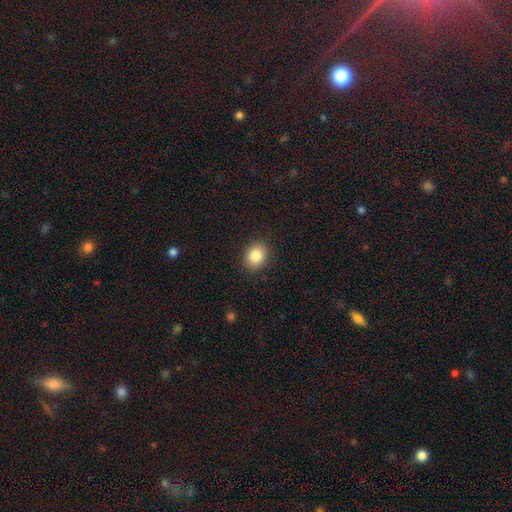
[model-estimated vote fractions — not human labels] A smooth galaxy with no disk features (85%) that is round (54%).

Vote fractions:
- Smooth or featured? smooth: 85% / star or artifact: 9% / featured or disk: 6%
- How rounded? round: 54% / in between: 45% / cigar-shaped: 1%
- Merging? none: 90% / minor disturbance: 7% / major disturbance: 2% / merger: 1%